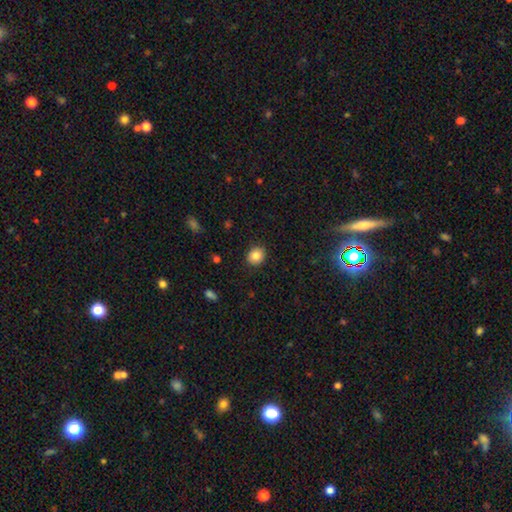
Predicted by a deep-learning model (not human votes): Smooth or featured?
  - smooth: 84% *
  - star or artifact: 10%
  - featured or disk: 6%
How rounded?
  - round: 70% *
  - in between: 29%
  - cigar-shaped: 1%
Merging?
  - none: 89% *
  - minor disturbance: 8%
  - major disturbance: 2%
  - merger: 1%